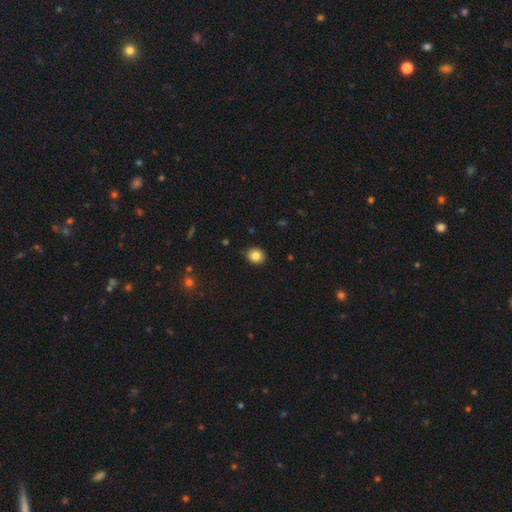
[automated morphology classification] Overall: smooth (82%). How rounded: round (70%). Merging: none (82%).